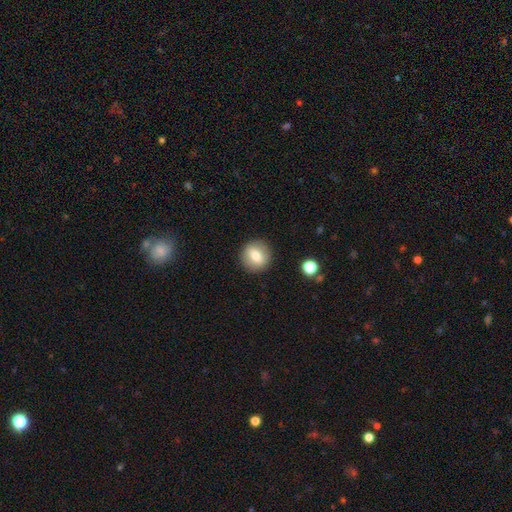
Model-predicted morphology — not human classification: A smooth galaxy with no disk features (66%) that is round (85%).

Vote fractions:
- Smooth or featured? smooth: 66% / featured or disk: 25% / star or artifact: 8%
- How rounded? round: 85% / in between: 13% / cigar-shaped: 1%
- Merging? none: 89% / minor disturbance: 7% / major disturbance: 3% / merger: 1%